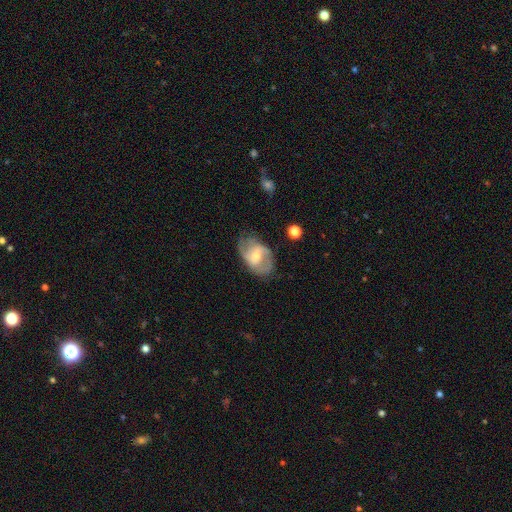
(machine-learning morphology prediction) Smooth or featured? Predicted: featured or disk (p=0.68). Edge-on disk? Predicted: no (p=0.96). Bar? Predicted: weak (p=0.51). Spiral arms? Predicted: yes (p=0.82). Spiral winding? Predicted: medium (p=0.48). Spiral arm count? Predicted: 2 (p=0.72). Bulge size? Predicted: moderate (p=0.50). Merging? Predicted: none (p=0.63).